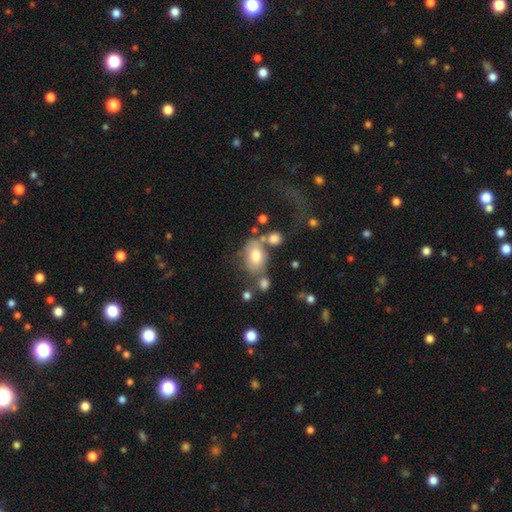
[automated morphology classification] This appears to be a smooth galaxy with no disk features (71%) that is in between round and cigar-shaped (75%). Merging: none (43%).